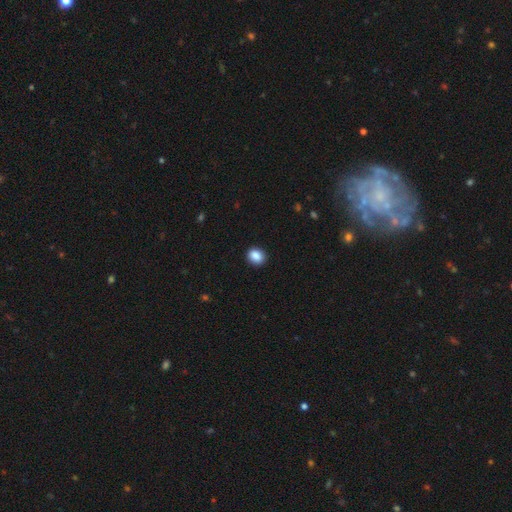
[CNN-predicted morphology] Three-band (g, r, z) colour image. It shows a smooth galaxy with no disk features (88%) that is round (61%). Merging: none (91%).